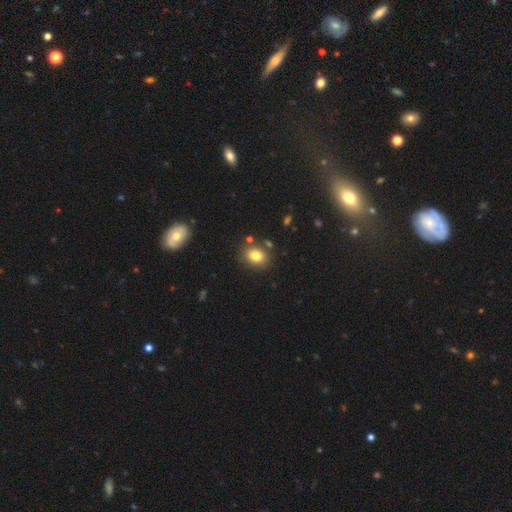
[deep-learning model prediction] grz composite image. It shows a smooth galaxy with no disk features (81%) that is in between round and cigar-shaped (56%). Merging: none (80%).